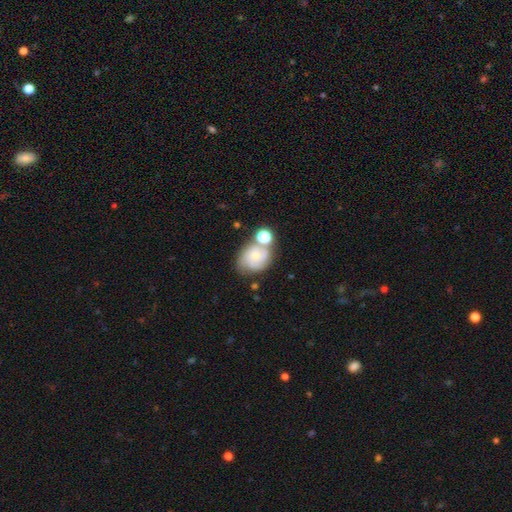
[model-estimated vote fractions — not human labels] smooth_or_featured: smooth (p=0.48) [alt: featured or disk p=0.40]
merging: none (p=0.46) [alt: merger p=0.26]